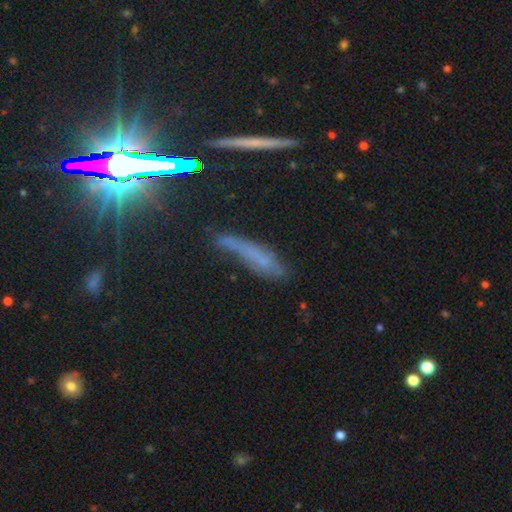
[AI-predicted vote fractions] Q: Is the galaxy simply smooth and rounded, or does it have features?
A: smooth — 42%.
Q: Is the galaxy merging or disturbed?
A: none — 52%.